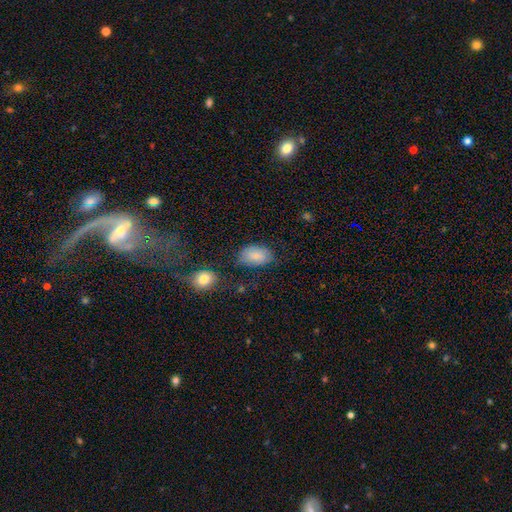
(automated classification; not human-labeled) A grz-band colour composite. It shows a smooth galaxy with no disk features (82%) that is in between round and cigar-shaped (92%). Merging: none (72%).